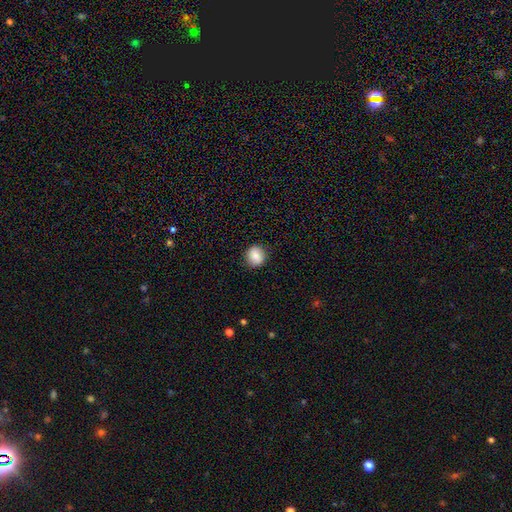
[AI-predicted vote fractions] Smooth or featured: smooth — 81% (featured or disk — 10%)
How rounded: round — 82% (in between — 17%)
Merging: none — 87% (minor disturbance — 10%)